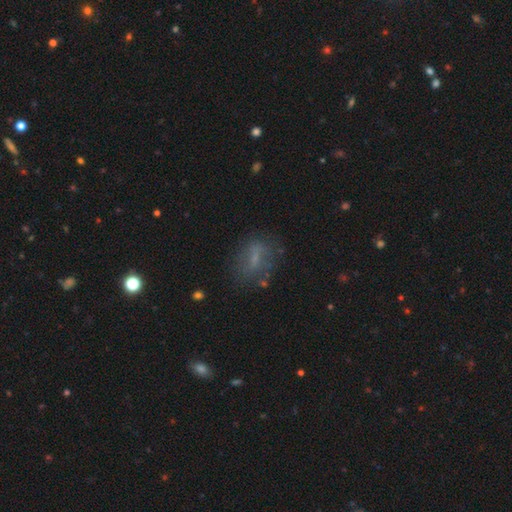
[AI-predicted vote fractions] Smooth or featured? Predicted: smooth (p=0.48). Merging? Predicted: none (p=0.64).